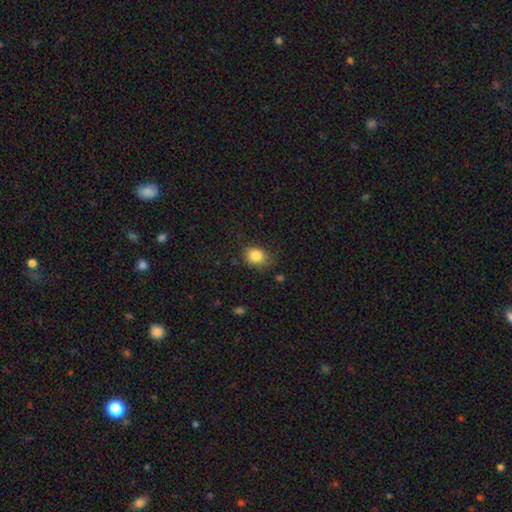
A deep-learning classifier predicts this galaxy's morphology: smooth_or_featured: smooth (p=0.84) [alt: star or artifact p=0.10]
how_rounded: round (p=0.65) [alt: in between p=0.34]
merging: none (p=0.76) [alt: minor disturbance p=0.18]